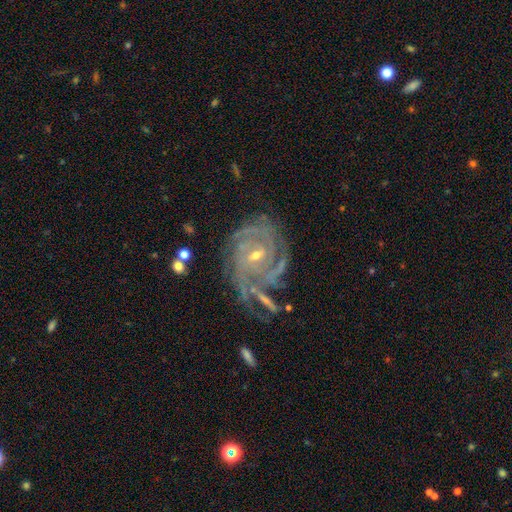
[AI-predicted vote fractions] Smooth or featured?
  - featured or disk: 90% *
  - star or artifact: 6%
  - smooth: 4%
Edge-on disk?
  - no: 97% *
  - yes: 3%
Bar?
  - weak: 45% *
  - no: 38%
  - strong: 17%
Spiral arms?
  - yes: 97% *
  - no: 3%
Spiral winding?
  - tight: 73% *
  - medium: 23%
  - loose: 4%
Spiral arm count?
  - 4: 24% * (tied)
  - 3: 24% * (tied)
  - can't tell: 21%
  - 2: 15%
  - more than 4: 9%
  - 1: 7%
Bulge size?
  - small: 64% *
  - moderate: 33%
  - none: 1%
  - large: 1%
  - dominant: 1%
Merging?
  - none: 58% *
  - minor disturbance: 21%
  - major disturbance: 14%
  - merger: 7%